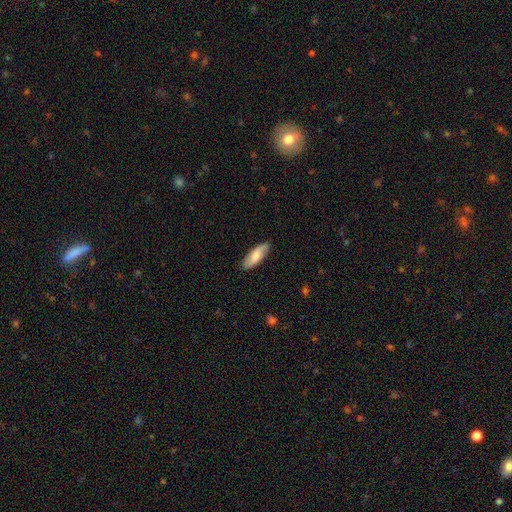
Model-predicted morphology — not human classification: Smooth or featured? Predicted: smooth (p=0.70). How rounded? Predicted: in between (p=0.63). Merging? Predicted: none (p=0.85).